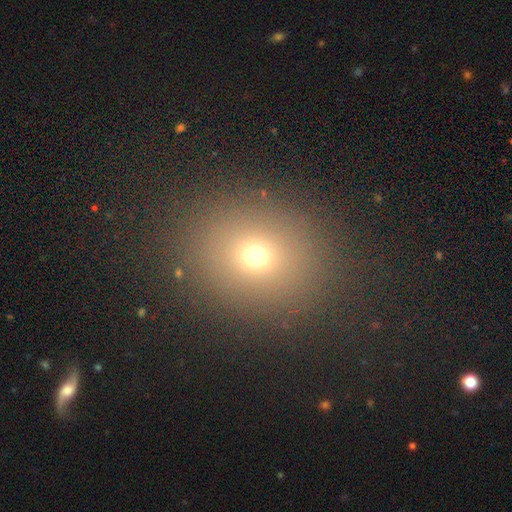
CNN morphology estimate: type=smooth (69%); roundness=round (62%); merging=none (87%).